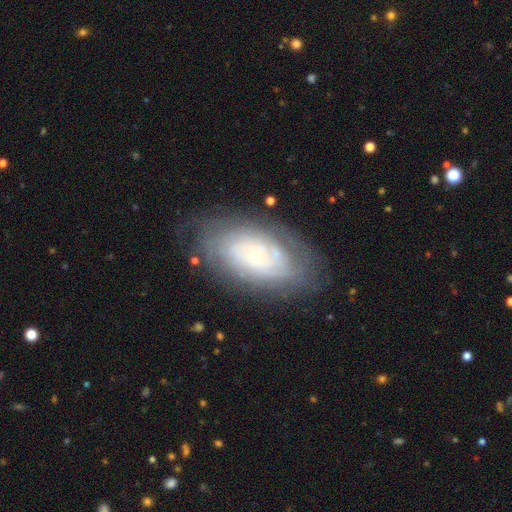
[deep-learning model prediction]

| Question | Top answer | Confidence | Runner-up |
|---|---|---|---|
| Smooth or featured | featured or disk | 67% | smooth (25%) |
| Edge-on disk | no | 93% | yes (7%) |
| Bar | no | 82% | weak (15%) |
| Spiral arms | yes | 81% | no (19%) |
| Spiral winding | tight | 74% | medium (19%) |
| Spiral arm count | can't tell | 61% | 2 (13%) |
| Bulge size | small | 80% | moderate (12%) |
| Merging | none | 74% | minor disturbance (17%) |